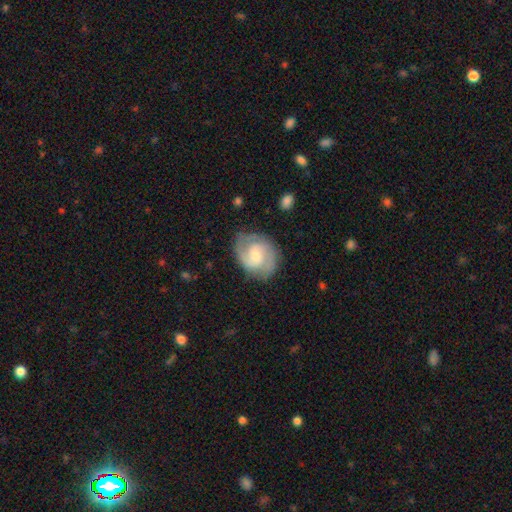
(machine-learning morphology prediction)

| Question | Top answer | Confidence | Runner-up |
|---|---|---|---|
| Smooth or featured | featured or disk | 77% | smooth (17%) |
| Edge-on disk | no | 98% | yes (2%) |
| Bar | weak | 48% | no (44%) |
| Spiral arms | yes | 95% | no (5%) |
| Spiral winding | medium | 52% | tight (33%) |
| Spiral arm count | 2 | 74% | can't tell (10%) |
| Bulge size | small | 52% | moderate (40%) |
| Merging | none | 76% | minor disturbance (16%) |